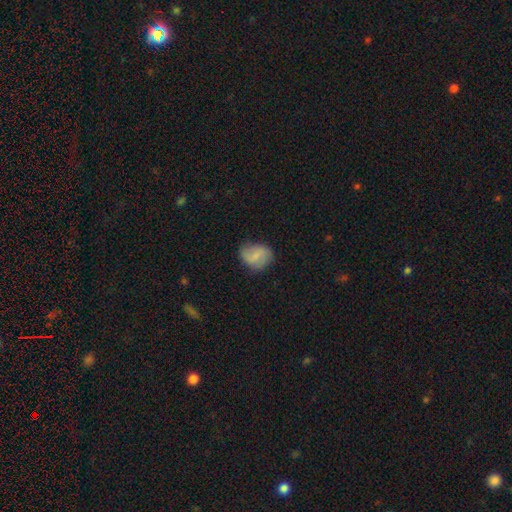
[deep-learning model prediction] Morphology: type=smooth (73%); roundness=round (50%); merging=none (70%).